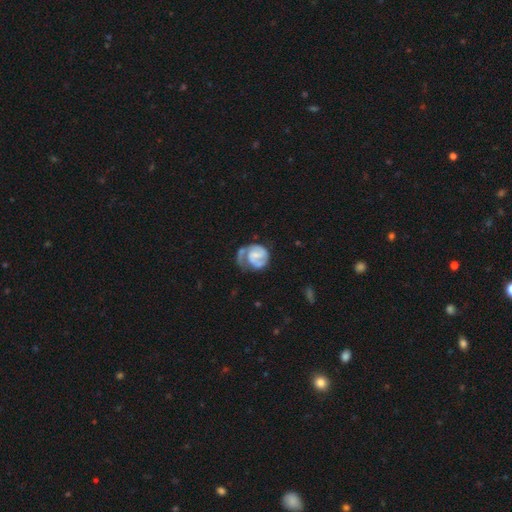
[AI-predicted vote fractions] smooth_or_featured: featured or disk (p=0.77) [alt: smooth p=0.18]
disk_edge_on: no (p=0.98) [alt: yes p=0.02]
bar: no (p=0.44) [tied with: weak p=0.44]
has_spiral_arms: yes (p=0.92) [alt: no p=0.08]
spiral_winding: tight (p=0.50) [alt: medium p=0.37]
spiral_arm_count: 2 (p=0.55) [alt: 1 p=0.25]
bulge_size: small (p=0.46) [alt: none p=0.26]
merging: none (p=0.40) [alt: major disturbance p=0.28]